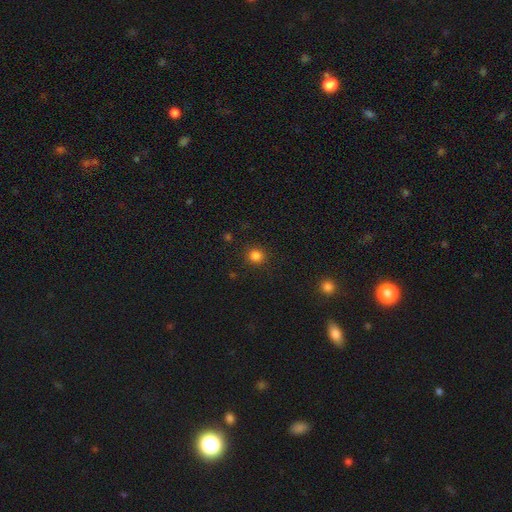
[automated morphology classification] Smooth or featured: smooth — 83% (star or artifact — 13%)
How rounded: round — 91% (in between — 8%)
Merging: none — 89% (minor disturbance — 7%)